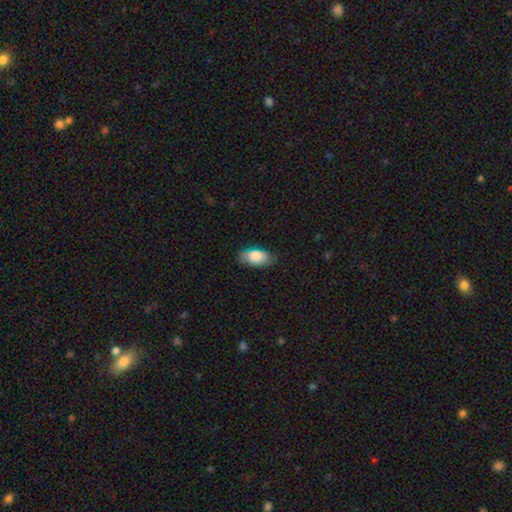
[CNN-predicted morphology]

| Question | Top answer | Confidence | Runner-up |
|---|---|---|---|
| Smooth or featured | smooth | 76% | featured or disk (17%) |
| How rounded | in between | 92% | round (4%) |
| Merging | none | 71% | minor disturbance (23%) |